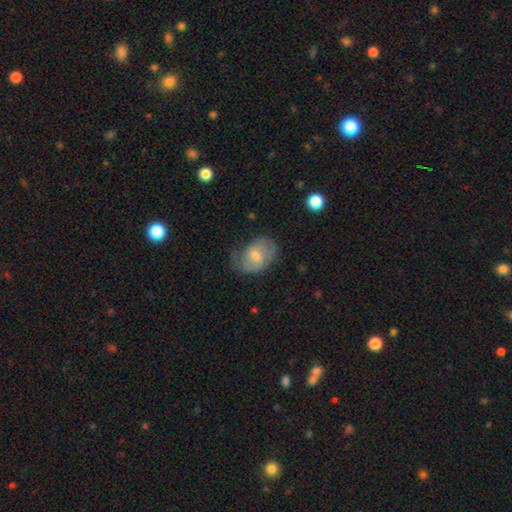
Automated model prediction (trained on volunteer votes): Smooth or featured: smooth — 55% (featured or disk — 38%)
How rounded: in between — 79% (round — 20%)
Merging: none — 55% (minor disturbance — 31%)